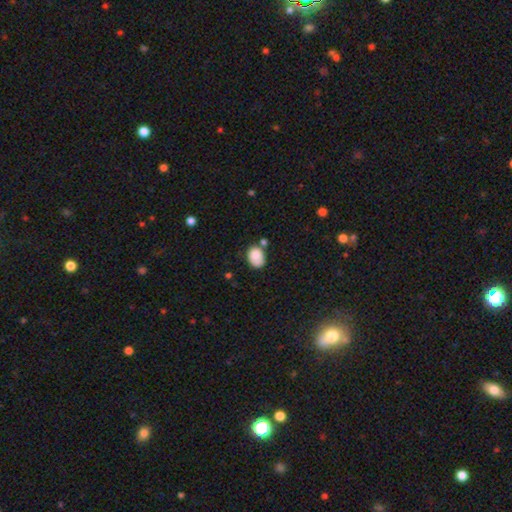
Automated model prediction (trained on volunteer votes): Morphology: type=smooth (82%); roundness=in between (69%); merging=none (52%).